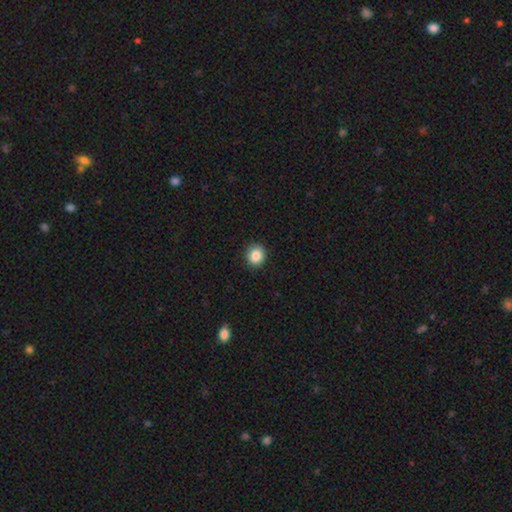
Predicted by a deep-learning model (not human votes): Overall: smooth (86%). How rounded: round (81%). Merging: none (88%).